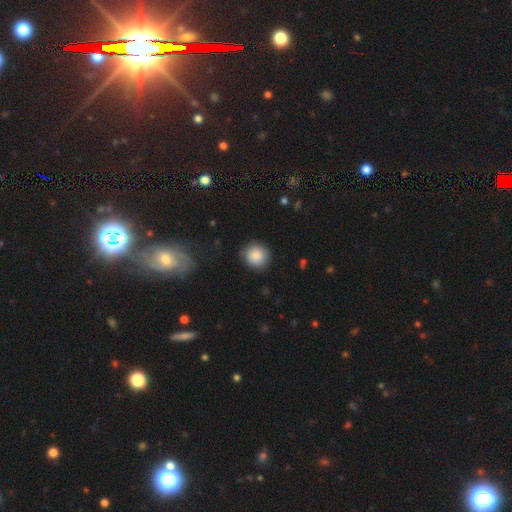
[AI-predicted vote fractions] Smooth or featured? smooth (87%)
How rounded? round (86%)
Merging? none (84%)